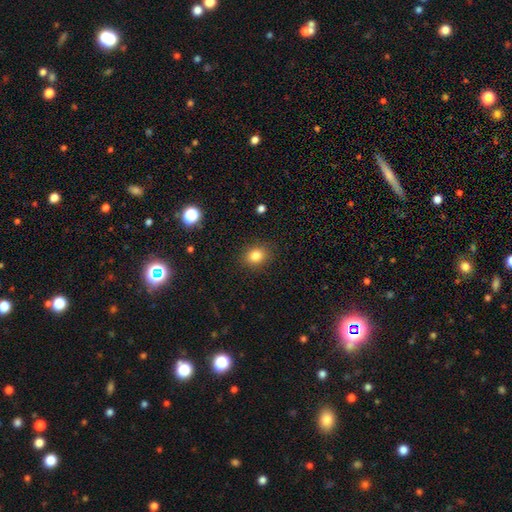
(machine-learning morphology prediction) smooth_or_featured: smooth (p=0.83) [alt: star or artifact p=0.12]
how_rounded: round (p=0.57) [alt: in between p=0.42]
merging: none (p=0.89) [alt: minor disturbance p=0.08]